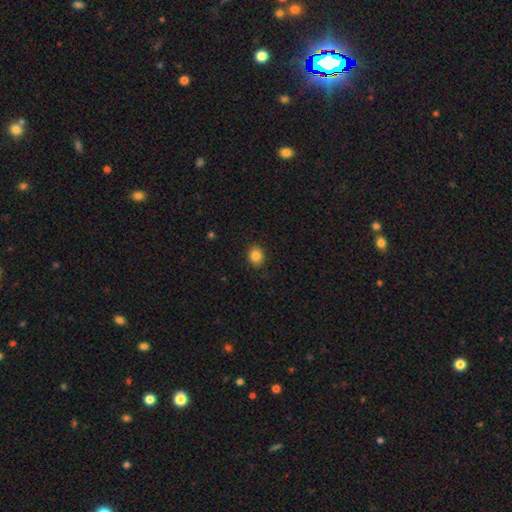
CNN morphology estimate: Smooth or featured? Predicted: smooth (p=0.85). How rounded? Predicted: round (p=0.63). Merging? Predicted: none (p=0.90).